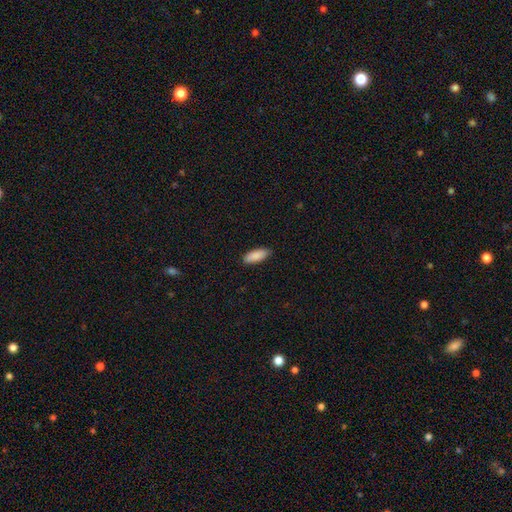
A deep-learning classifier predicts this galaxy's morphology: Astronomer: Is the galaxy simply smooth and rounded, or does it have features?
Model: smooth — 90%.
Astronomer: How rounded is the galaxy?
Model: in between — 76%.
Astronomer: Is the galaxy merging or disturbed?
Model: none — 86%.